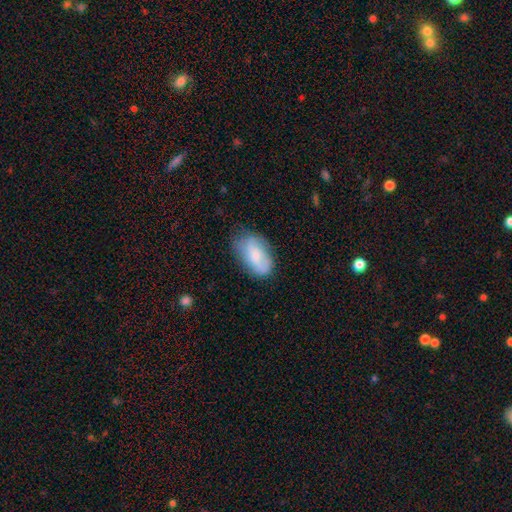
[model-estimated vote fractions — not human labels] Q: Smooth or featured?
A: smooth (68%); runner-up: featured or disk (25%)
Q: How rounded?
A: in between (93%); runner-up: round (5%)
Q: Merging?
A: none (58%); runner-up: minor disturbance (31%)